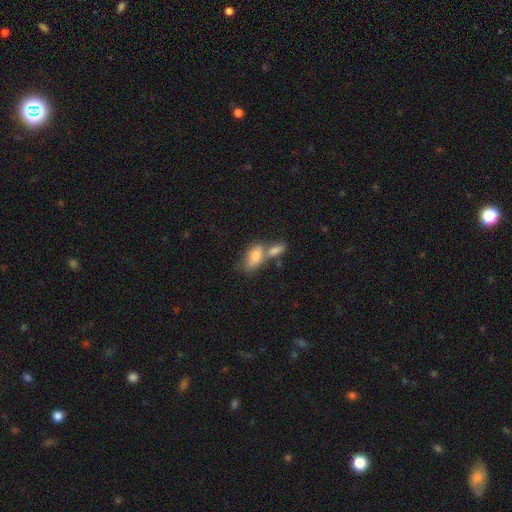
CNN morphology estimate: The model was most divided on "merging": merger: 53%, none: 30%, minor disturbance: 11%, major disturbance: 6%. More confident: how rounded — in between (86%); smooth or featured — smooth (76%).